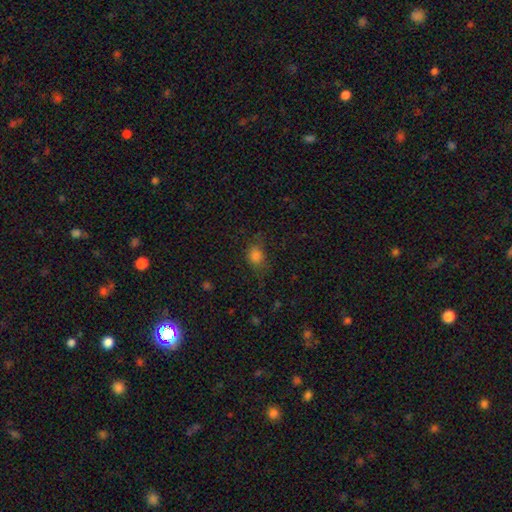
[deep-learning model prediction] Smooth or featured: smooth — 77% (star or artifact — 16%)
How rounded: in between — 49% (tied with round — 49%)
Merging: none — 65% (minor disturbance — 23%)